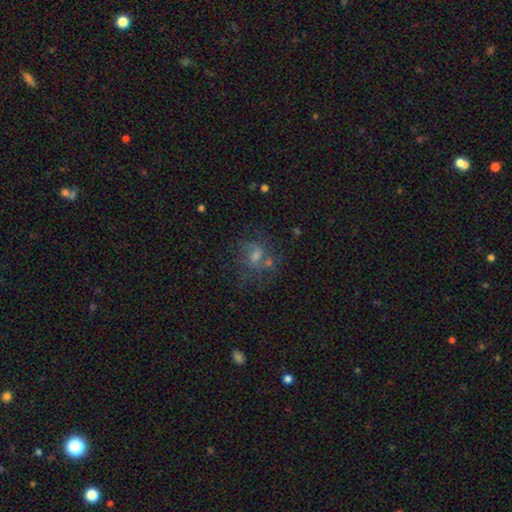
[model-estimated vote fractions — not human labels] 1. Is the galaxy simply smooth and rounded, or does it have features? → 42% featured or disk, 33% smooth, 25% star or artifact.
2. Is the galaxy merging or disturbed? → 52% none, 18% minor disturbance, 18% major disturbance, 12% merger.